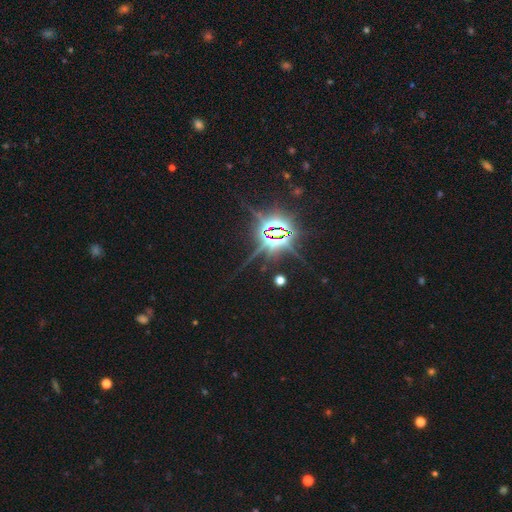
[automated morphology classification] Q: Smooth or featured?
A: star or artifact (86%); runner-up: smooth (8%)